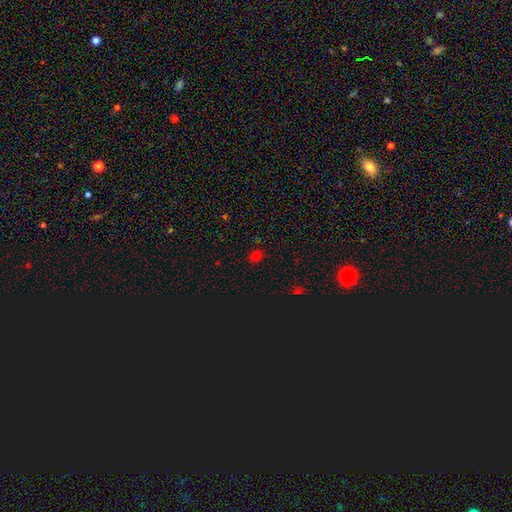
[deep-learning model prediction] Smooth or featured: smooth — 65% (star or artifact — 30%)
How rounded: round — 70% (in between — 28%)
Merging: none — 85% (minor disturbance — 10%)